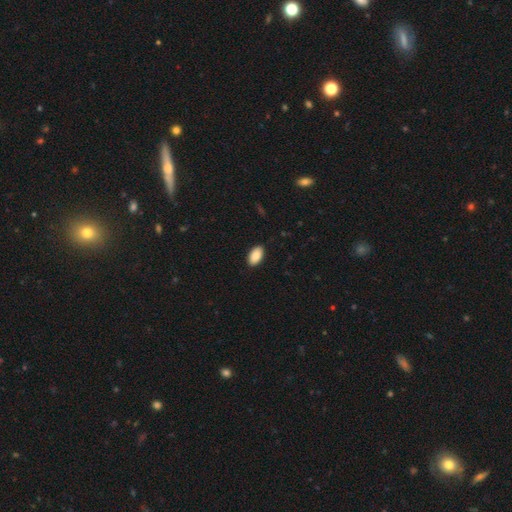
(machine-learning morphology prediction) smooth_or_featured: smooth (p=0.89) [alt: star or artifact p=0.07]
how_rounded: in between (p=0.95) [alt: round p=0.03]
merging: none (p=0.90) [alt: minor disturbance p=0.08]